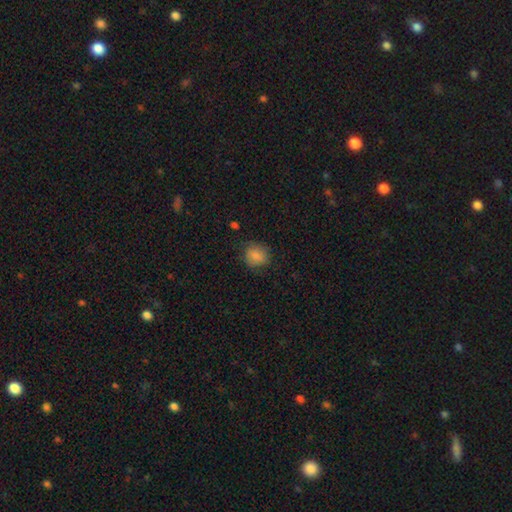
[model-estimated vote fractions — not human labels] The model was most divided on "how rounded": round: 70%, in between: 29%, cigar-shaped: 1%. More confident: smooth or featured — smooth (85%); merging — none (76%).